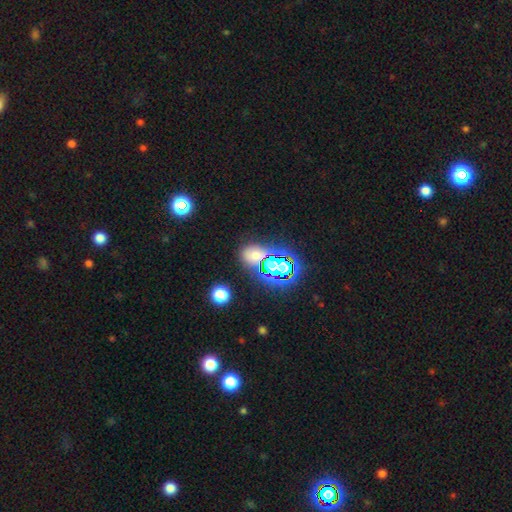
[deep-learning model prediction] Smooth or featured?
  - star or artifact: 46% *
  - smooth: 44%
  - featured or disk: 10%